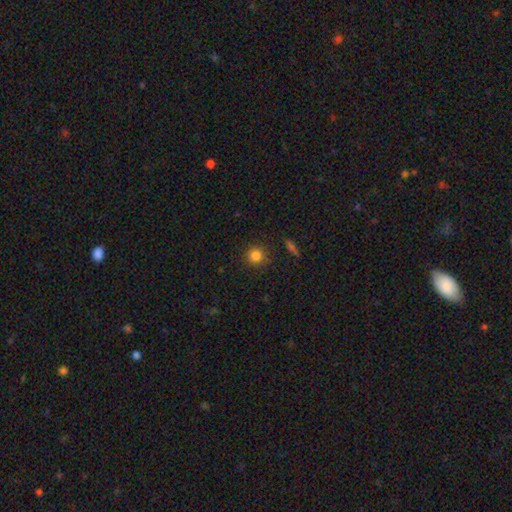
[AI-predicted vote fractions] Smooth or featured: smooth — 83% (star or artifact — 12%)
How rounded: round — 91% (in between — 8%)
Merging: none — 88% (minor disturbance — 8%)